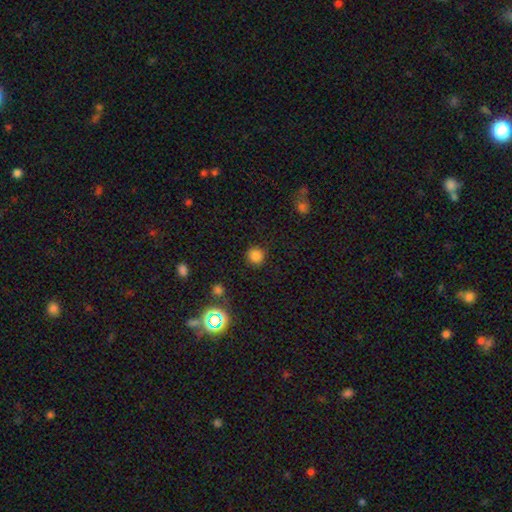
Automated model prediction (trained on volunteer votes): A smooth galaxy with no disk features (81%) that is round (92%).

Vote fractions:
- Smooth or featured? smooth: 81% / star or artifact: 14% / featured or disk: 5%
- How rounded? round: 92% / in between: 7% / cigar-shaped: 1%
- Merging? none: 88% / minor disturbance: 8% / major disturbance: 3% / merger: 2%